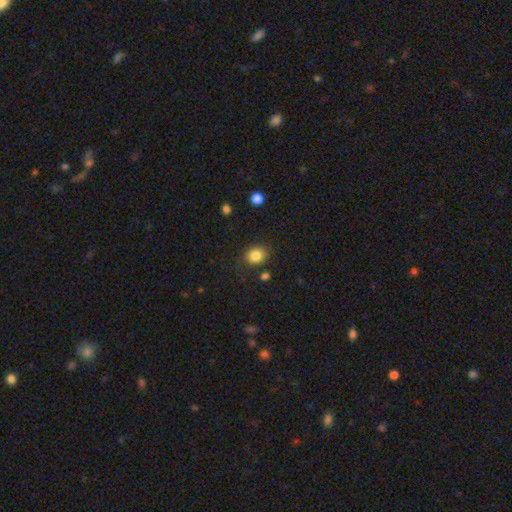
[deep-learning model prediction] This appears to be a smooth galaxy with no disk features (84%) that is in between round and cigar-shaped (50%). Merging: none (83%).